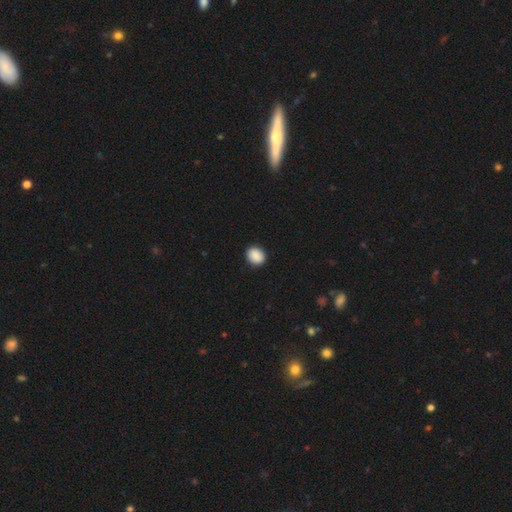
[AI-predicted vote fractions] A smooth galaxy with no disk features (90%) that is round (60%). Merging: none (91%).